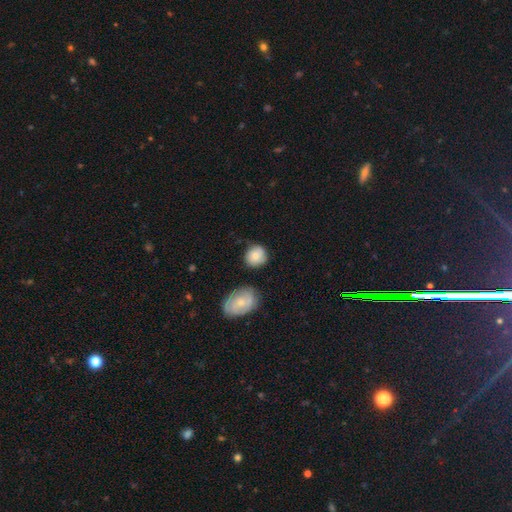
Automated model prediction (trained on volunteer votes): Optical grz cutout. It shows a smooth galaxy with no disk features (77%) that is round (81%). Merging: none (72%).